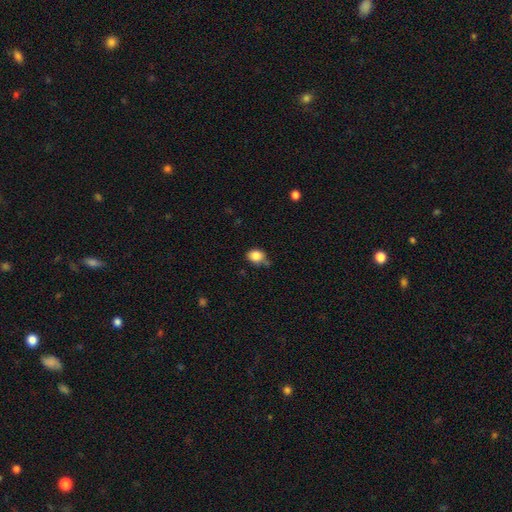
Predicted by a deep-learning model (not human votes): Morphology: type=smooth (85%); roundness=round (58%); merging=none (60%).